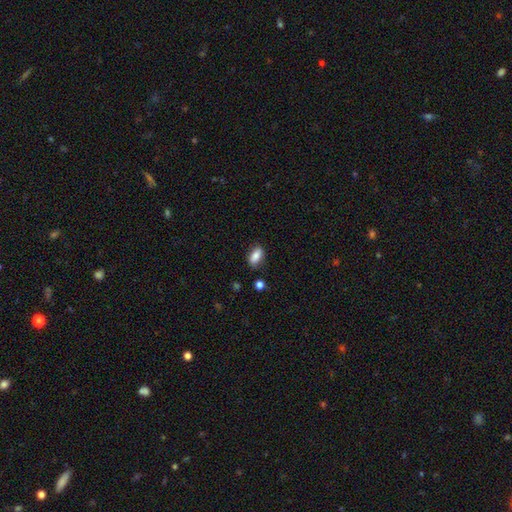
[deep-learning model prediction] Overall: smooth (82%). How rounded: in between (86%). Merging: none (83%).